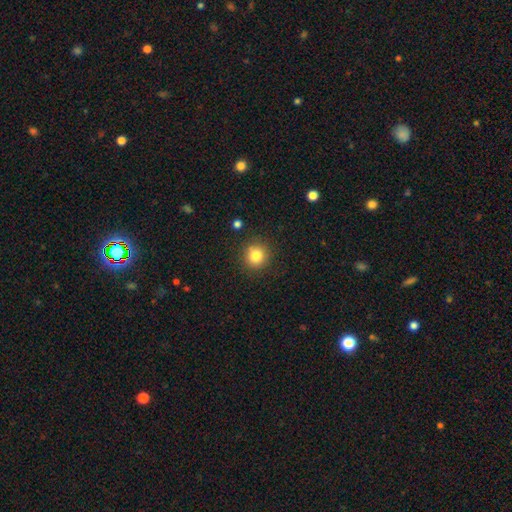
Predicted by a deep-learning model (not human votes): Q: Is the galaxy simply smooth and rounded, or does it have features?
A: smooth — 81%.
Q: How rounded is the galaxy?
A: round — 91%.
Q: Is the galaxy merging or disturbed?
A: none — 87%.